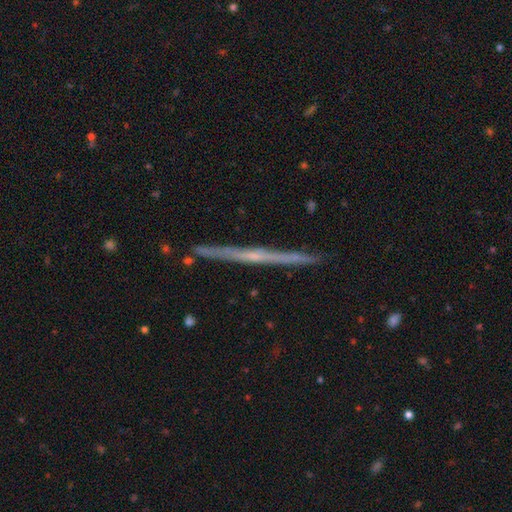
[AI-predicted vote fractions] Smooth or featured? featured or disk (71%)
Edge-on disk? yes (98%)
Edge-on bulge? none (69%)
Merging? none (91%)